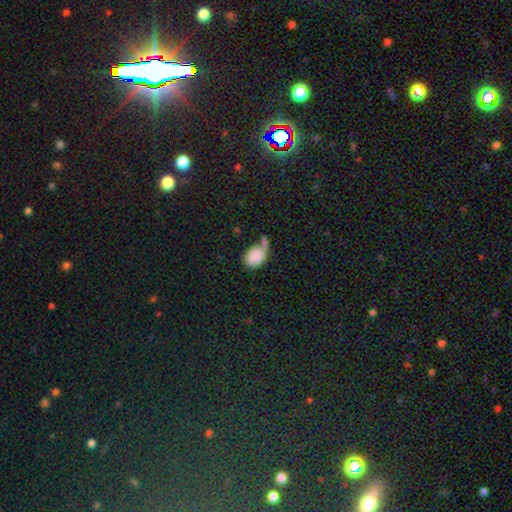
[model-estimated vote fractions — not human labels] Smooth or featured?
  - smooth: 85% *
  - featured or disk: 8%
  - star or artifact: 7%
How rounded?
  - in between: 70% *
  - round: 28%
  - cigar-shaped: 1%
Merging?
  - none: 37% *
  - merger: 25%
  - minor disturbance: 21%
  - major disturbance: 16%